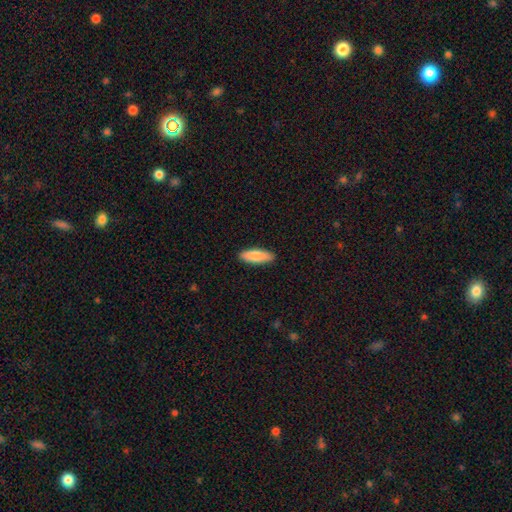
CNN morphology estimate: A smooth galaxy with no disk features (85%) that is in between round and cigar-shaped (54%).

Vote fractions:
- Smooth or featured? smooth: 85% / featured or disk: 10% / star or artifact: 5%
- How rounded? in between: 54% / cigar-shaped: 44% / round: 2%
- Merging? none: 90% / minor disturbance: 7% / major disturbance: 2% / merger: 1%